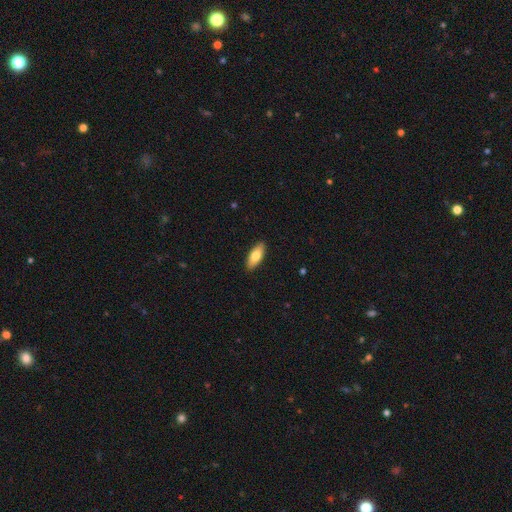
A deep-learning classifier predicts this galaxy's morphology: The model was most divided on "how rounded": in between: 75%, cigar-shaped: 23%, round: 2%. More confident: merging — none (90%); smooth or featured — smooth (74%).